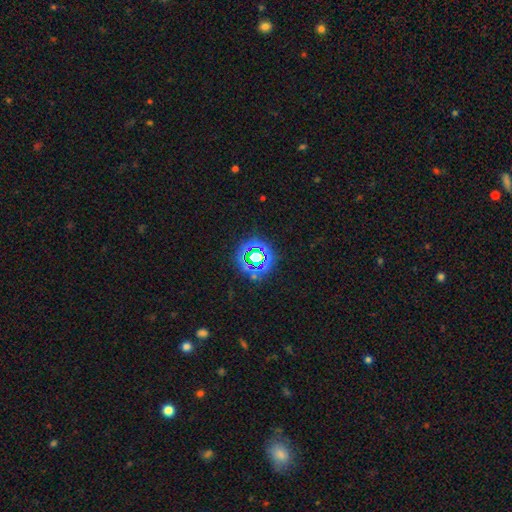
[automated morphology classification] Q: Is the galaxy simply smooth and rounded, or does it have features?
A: star or artifact — 66%.